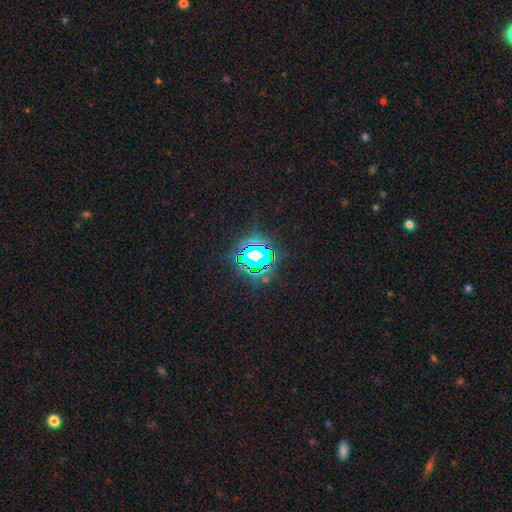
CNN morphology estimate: A star or artifact, not a galaxy (73%).

Vote fractions:
- Smooth or featured? star or artifact: 73% / smooth: 15% / featured or disk: 11%